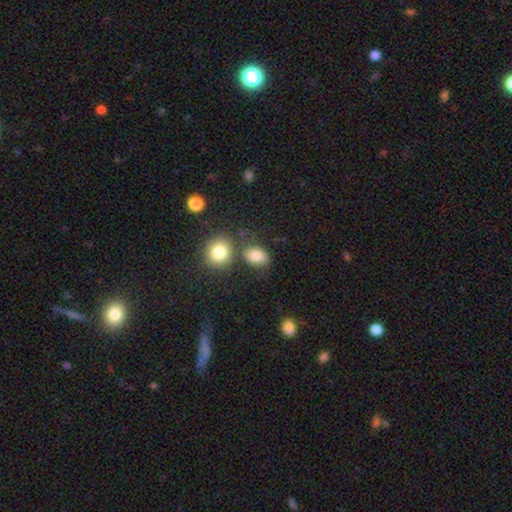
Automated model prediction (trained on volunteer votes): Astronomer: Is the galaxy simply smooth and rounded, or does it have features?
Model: smooth — 81%.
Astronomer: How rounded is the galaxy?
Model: in between — 65%.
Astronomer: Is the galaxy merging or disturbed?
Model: none — 66%.